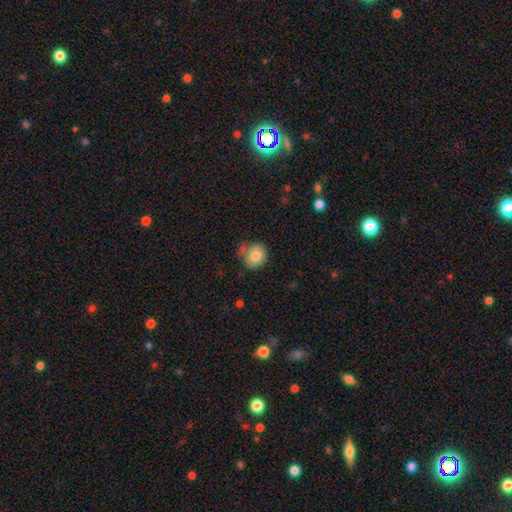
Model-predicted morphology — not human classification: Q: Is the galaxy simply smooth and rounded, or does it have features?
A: smooth — 78%.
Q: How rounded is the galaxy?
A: round — 77%.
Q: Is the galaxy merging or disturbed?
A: none — 56%.